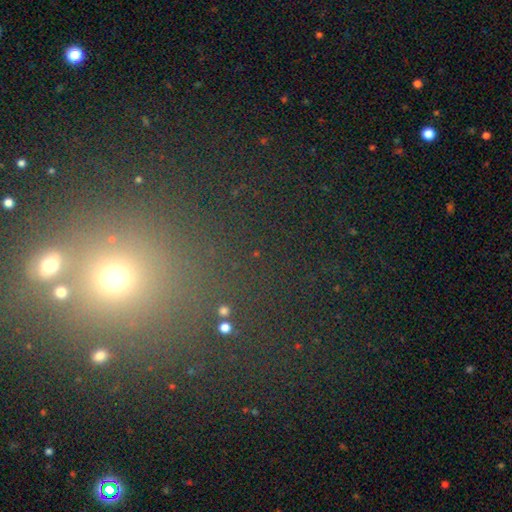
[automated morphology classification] Smooth or featured? star or artifact (49%)